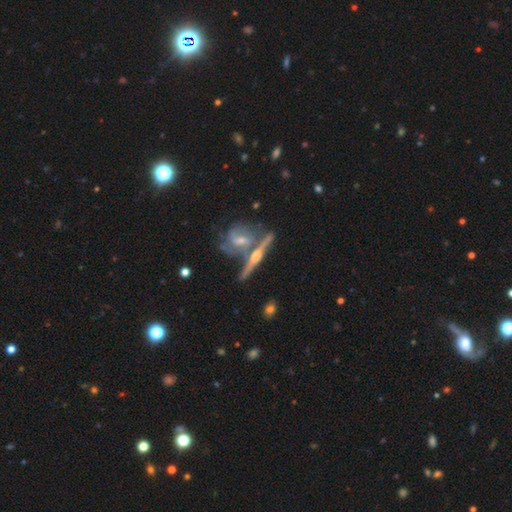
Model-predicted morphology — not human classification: Smooth or featured?
  - featured or disk: 83% *
  - smooth: 11%
  - star or artifact: 7%
Edge-on disk?
  - yes: 93% *
  - no: 7%
Edge-on bulge?
  - rounded: 90% *
  - none: 5%
  - boxy: 5%
Merging?
  - none: 58% *
  - merger: 28%
  - minor disturbance: 10%
  - major disturbance: 4%